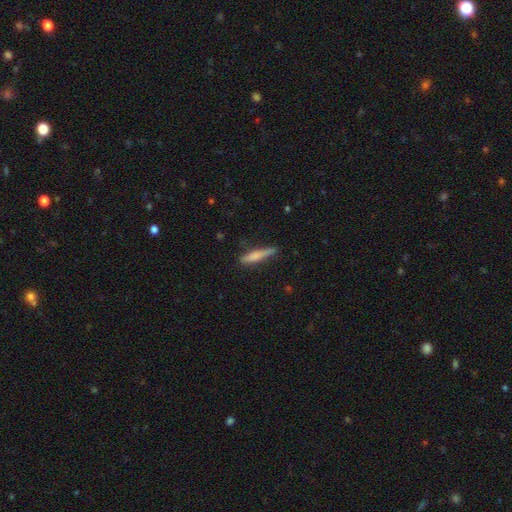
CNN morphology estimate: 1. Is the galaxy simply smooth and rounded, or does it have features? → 65% smooth, 29% featured or disk, 6% star or artifact.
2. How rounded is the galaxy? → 90% cigar-shaped, 9% in between, 2% round.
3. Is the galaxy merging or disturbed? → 73% none, 21% minor disturbance, 4% major disturbance, 2% merger.